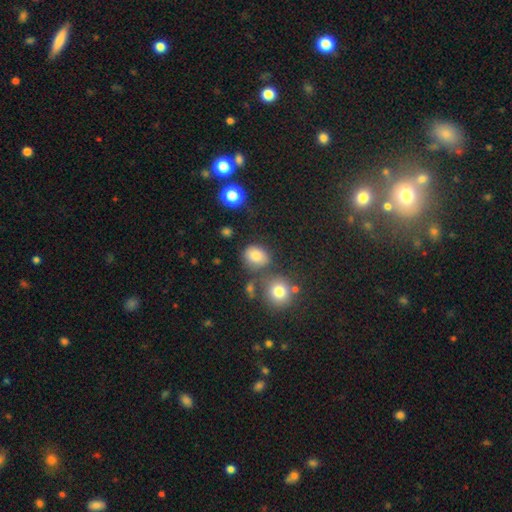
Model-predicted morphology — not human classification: This is likely a smooth galaxy (80%). How rounded: possibly round (58%). Merging: likely none (70%).